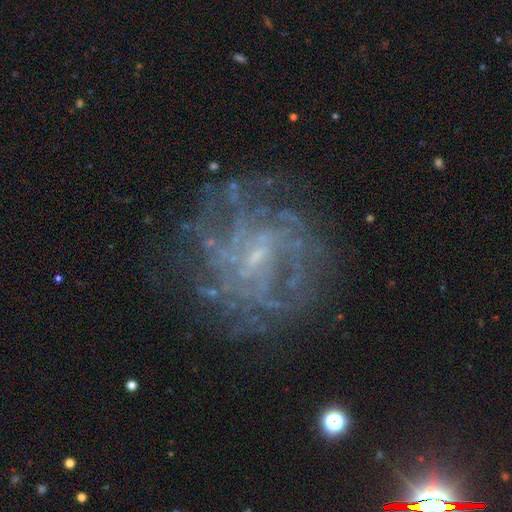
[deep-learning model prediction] smooth-or-featured: featured or disk: 80% | star or artifact: 11% | smooth: 9%
  disk-edge-on: no: 98% | yes: 2%
    bar: weak: 52% | no: 36% | strong: 12%
    has-spiral-arms: yes: 80% | no: 20%
      spiral-winding: tight: 52% | medium: 34% | loose: 14%
      spiral-arm-count: can't tell: 50% | 4: 14% | more than 4: 11% | 3: 10% | 2: 9% | 1: 6%
    bulge-size: small: 67% | none: 19% | moderate: 12% | large: 1% | dominant: 1%
  merging: none: 69% | minor disturbance: 15% | major disturbance: 14% | merger: 2%